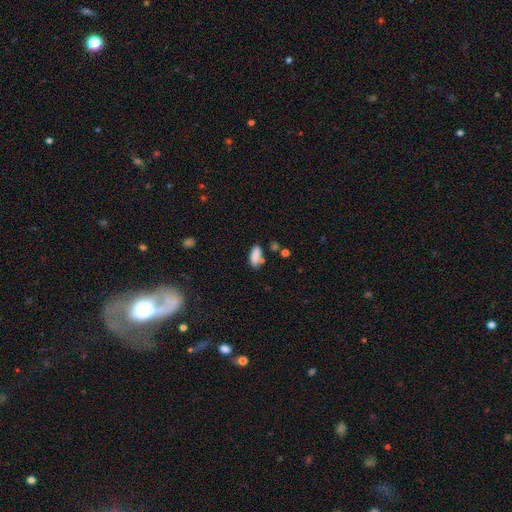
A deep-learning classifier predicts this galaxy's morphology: Smooth or featured? Predicted: smooth (p=0.83). How rounded? Predicted: in between (p=0.78). Merging? Predicted: none (p=0.61).